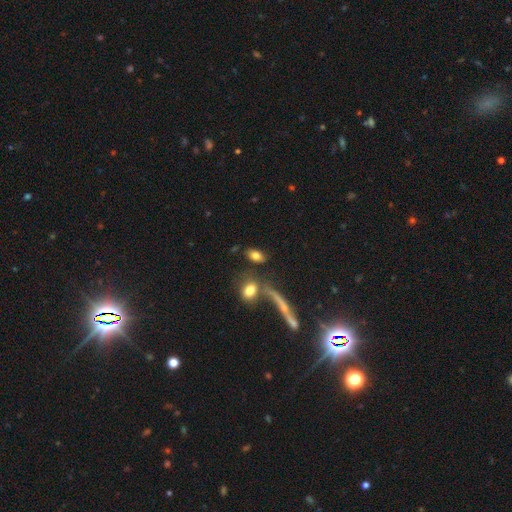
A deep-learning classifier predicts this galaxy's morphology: Smooth or featured: smooth — 78% (featured or disk — 14%)
How rounded: in between — 85% (round — 9%)
Merging: none — 68% (merger — 13%)